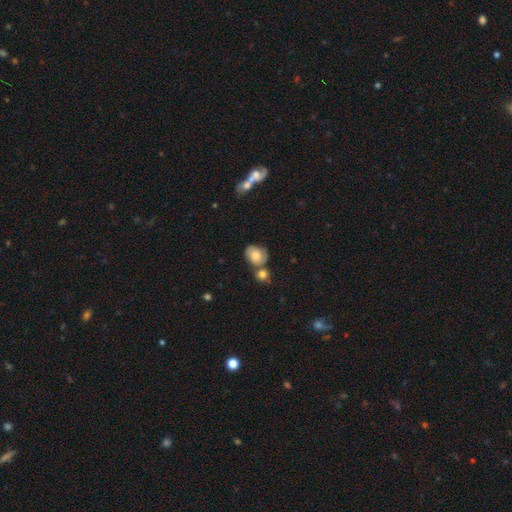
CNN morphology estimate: This appears to be a smooth galaxy with no disk features (75%) that is in between round and cigar-shaped (52%). Merging: none (49%).